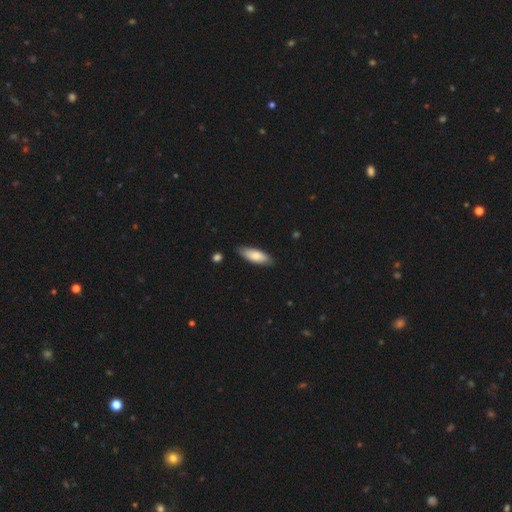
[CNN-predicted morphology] Smooth or featured? Predicted: smooth (p=0.80). How rounded? Predicted: in between (p=0.67). Merging? Predicted: none (p=0.83).